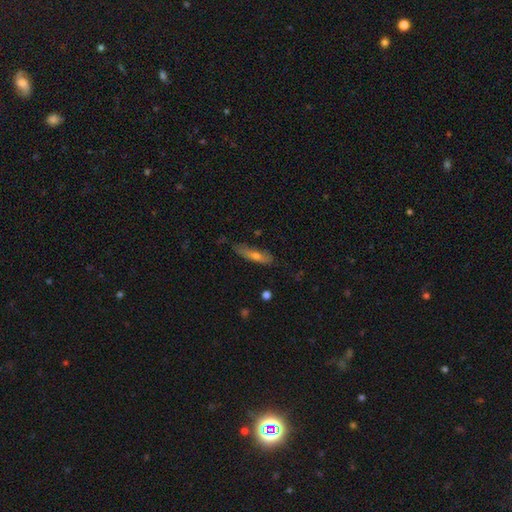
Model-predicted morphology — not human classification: type=smooth (59%); roundness=cigar-shaped (73%); merging=none (67%).